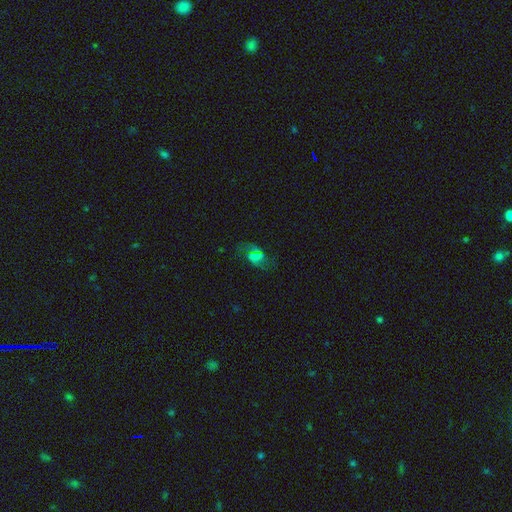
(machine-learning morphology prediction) smooth_or_featured: featured or disk (p=0.52) [alt: smooth p=0.32]
disk_edge_on: no (p=0.95) [alt: yes p=0.05]
merging: none (p=0.59) [alt: minor disturbance p=0.19]